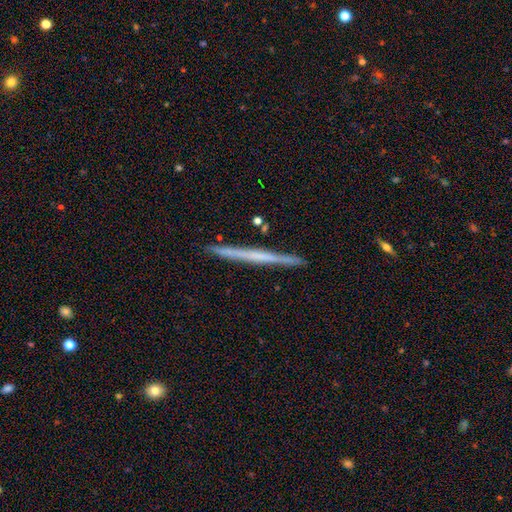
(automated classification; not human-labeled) Smooth or featured? Predicted: featured or disk (p=0.54). Edge-on disk? Predicted: yes (p=0.98). Edge-on bulge? Predicted: none (p=0.85). Merging? Predicted: none (p=0.91).